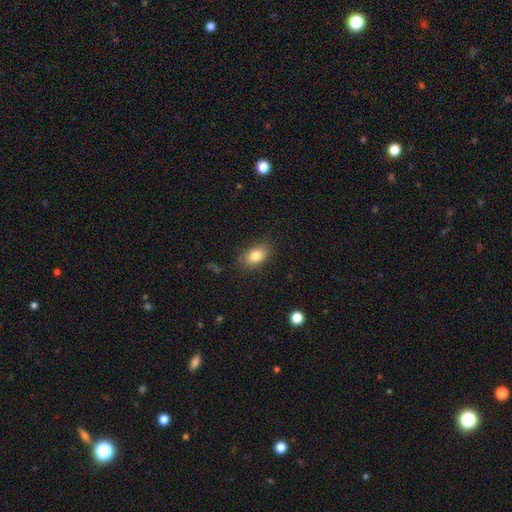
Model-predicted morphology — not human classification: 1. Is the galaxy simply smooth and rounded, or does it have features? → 82% smooth, 9% featured or disk, 9% star or artifact.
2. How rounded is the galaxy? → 85% in between, 13% round, 2% cigar-shaped.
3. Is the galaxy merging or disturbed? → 82% none, 14% minor disturbance, 3% major disturbance, 1% merger.